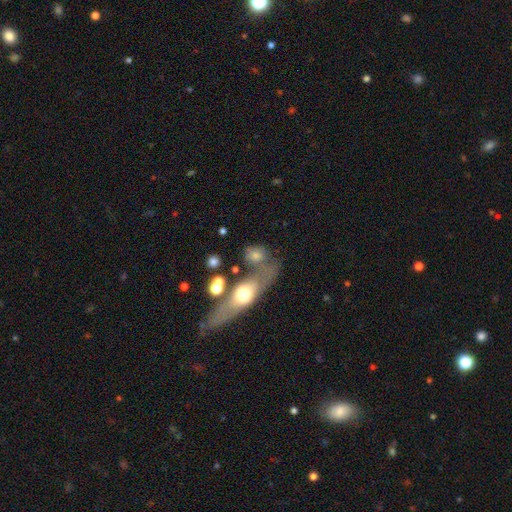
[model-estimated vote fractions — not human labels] Morphology: type=smooth (62%); roundness=in between (50%); merging=none (43%).